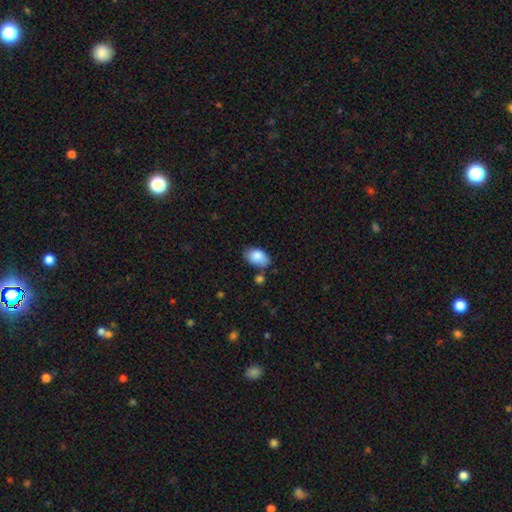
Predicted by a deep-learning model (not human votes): This appears to be a smooth galaxy with no disk features (86%) that is in between round and cigar-shaped (90%). Merging: none (62%).